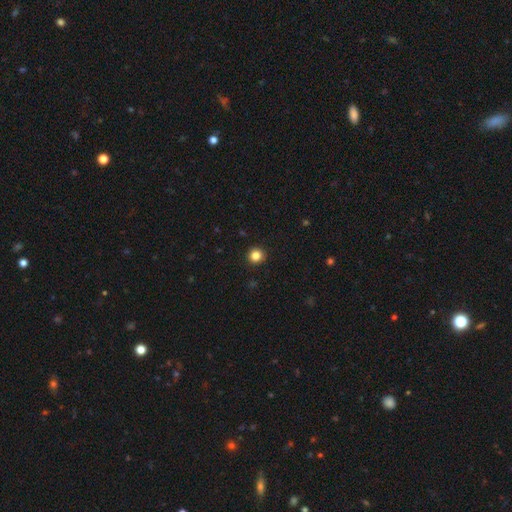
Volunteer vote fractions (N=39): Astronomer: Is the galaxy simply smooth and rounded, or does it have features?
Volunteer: smooth — 87%.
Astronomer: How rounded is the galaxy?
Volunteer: round — 94%.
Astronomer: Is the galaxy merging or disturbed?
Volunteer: none — 97%.